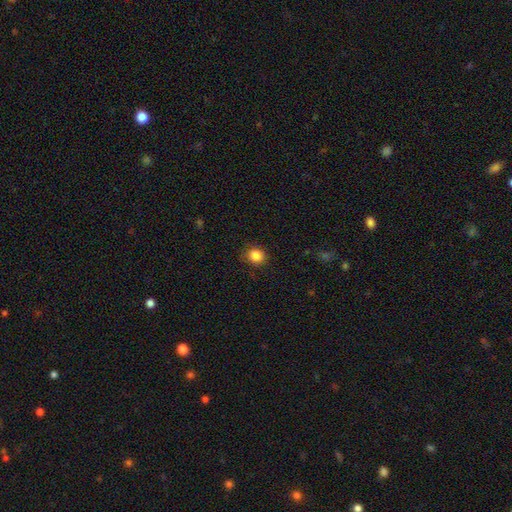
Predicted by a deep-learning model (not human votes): Smooth or featured: smooth — 85% (star or artifact — 10%)
How rounded: round — 77% (in between — 22%)
Merging: none — 86% (minor disturbance — 11%)